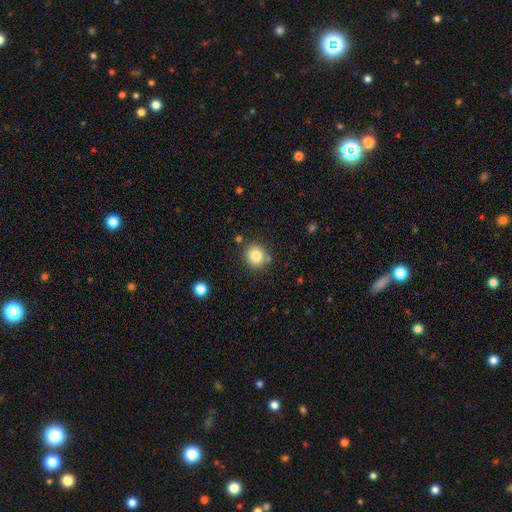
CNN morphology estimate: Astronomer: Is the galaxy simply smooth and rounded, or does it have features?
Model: smooth — 83%.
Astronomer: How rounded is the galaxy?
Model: round — 84%.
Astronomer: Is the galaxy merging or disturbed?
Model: none — 82%.